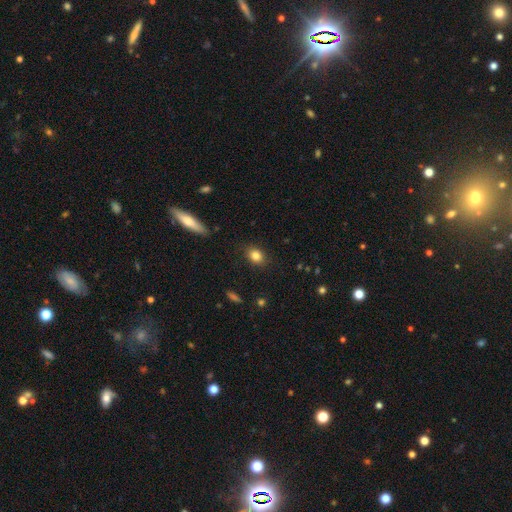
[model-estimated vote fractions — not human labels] Overall: smooth (84%). How rounded: in between (60%; round 38%). Merging: none (85%).